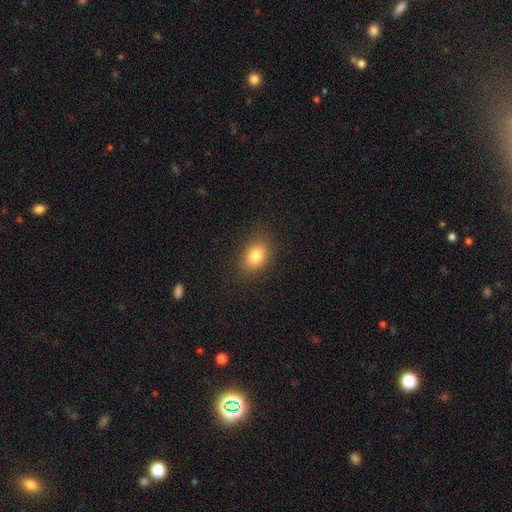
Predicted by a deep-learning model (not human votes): This is clearly a smooth galaxy (81%). How rounded: likely in between (69%). Merging: clearly none (86%).